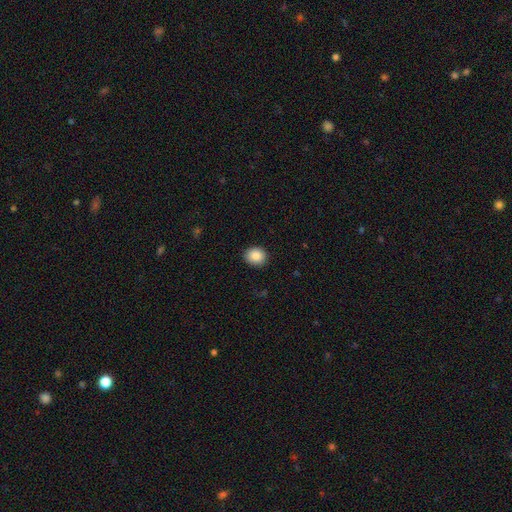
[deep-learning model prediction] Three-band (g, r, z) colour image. It shows a smooth galaxy with no disk features (88%) that is round (67%). Merging: none (90%).